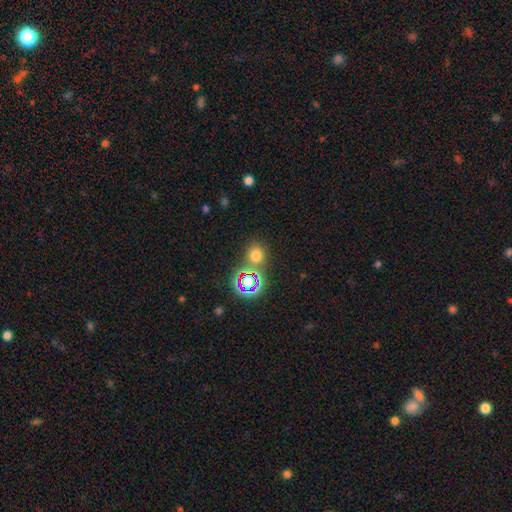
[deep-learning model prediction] Smooth or featured: smooth — 64% (star or artifact — 29%)
How rounded: round — 81% (in between — 18%)
Merging: none — 74% (merger — 13%)